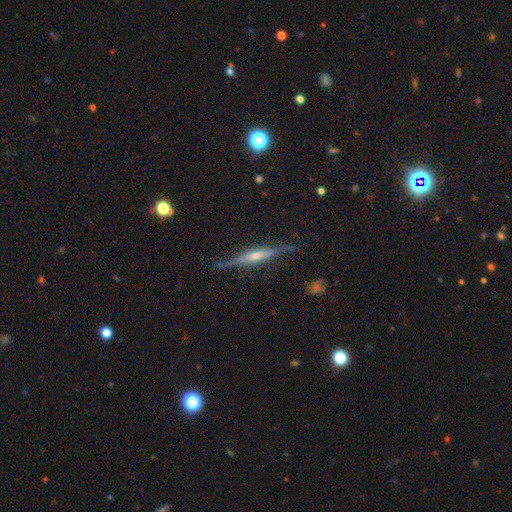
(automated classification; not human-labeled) Smooth or featured: featured or disk — 80% (smooth — 13%)
Edge-on disk: yes — 97% (no — 3%)
Edge-on bulge: rounded — 77% (none — 13%)
Merging: none — 81% (minor disturbance — 14%)